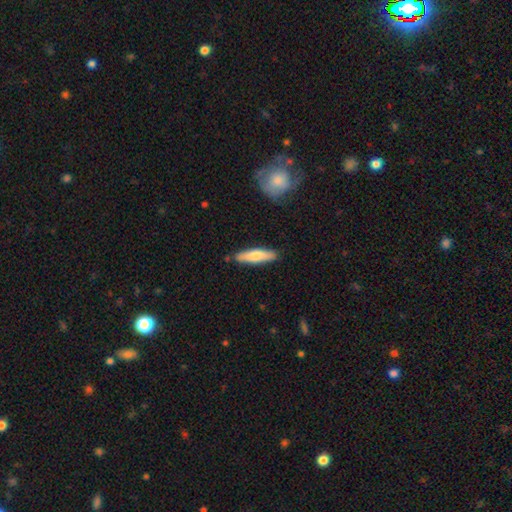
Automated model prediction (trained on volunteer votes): Smooth or featured?
  - smooth: 72% *
  - featured or disk: 23%
  - star or artifact: 5%
How rounded?
  - cigar-shaped: 73% *
  - in between: 25%
  - round: 2%
Merging?
  - none: 85% *
  - minor disturbance: 11%
  - merger: 2%
  - major disturbance: 2%